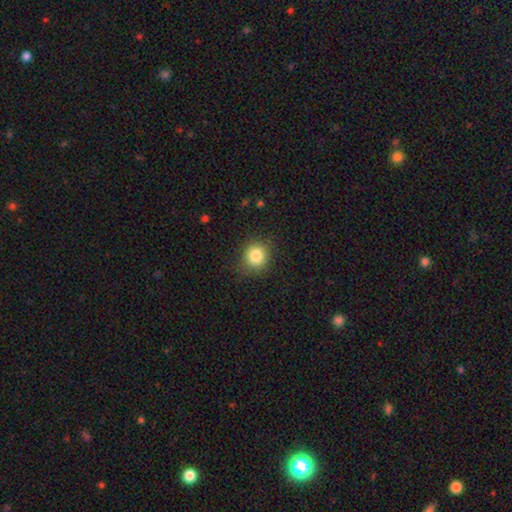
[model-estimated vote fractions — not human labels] This appears to be a smooth galaxy with no disk features (84%) that is round (82%). Merging: none (83%).